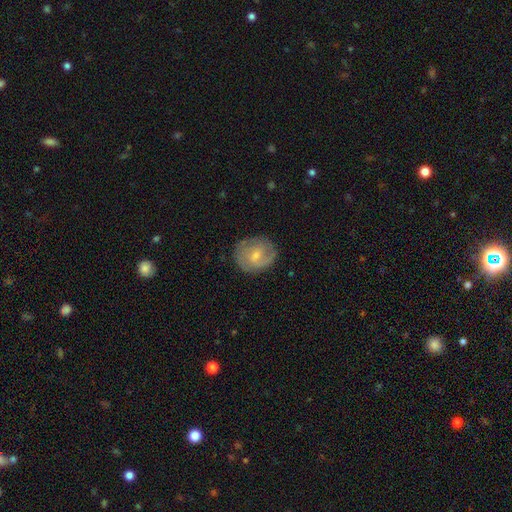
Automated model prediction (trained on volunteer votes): A featured or disk galaxy (60%) with no bar (47%), spiral arms (81%) and a small central bulge (57%). Merging: none (78%).